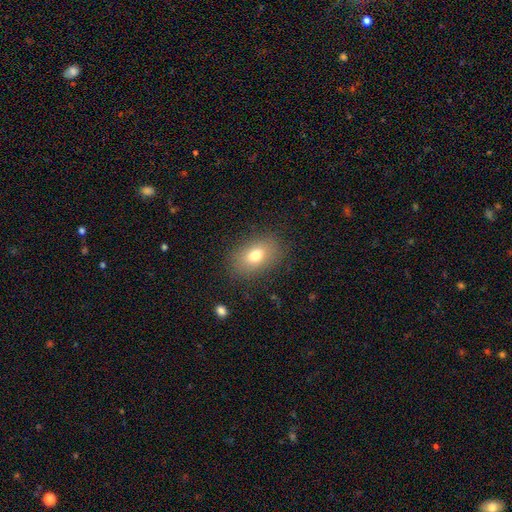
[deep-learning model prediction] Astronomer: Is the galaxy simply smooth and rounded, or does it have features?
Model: smooth — 75%.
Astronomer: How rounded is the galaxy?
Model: in between — 83%.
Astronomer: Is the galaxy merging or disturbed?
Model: none — 85%.